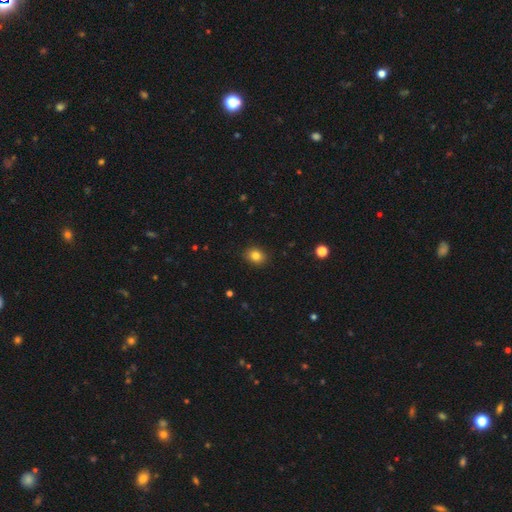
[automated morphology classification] Smooth or featured? Predicted: smooth (p=0.83). How rounded? Predicted: in between (p=0.50). Merging? Predicted: none (p=0.89).